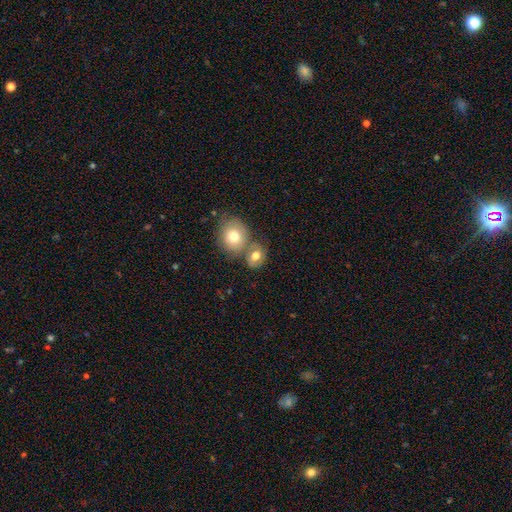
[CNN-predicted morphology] The model was most divided on "merging": none: 43%, merger: 39%, minor disturbance: 12%, major disturbance: 5%. More confident: smooth or featured — smooth (70%); how rounded — round (55%).